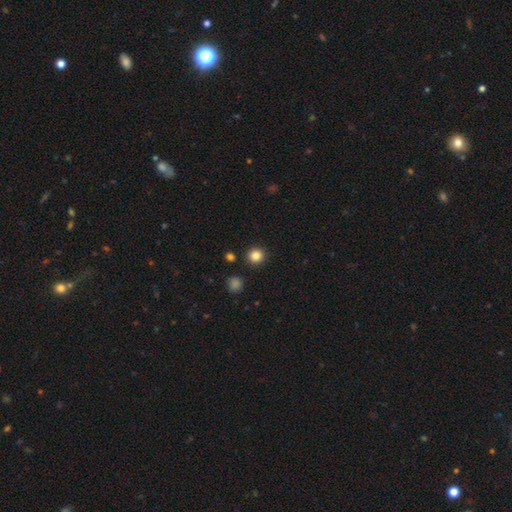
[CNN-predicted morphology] Smooth or featured?
  - smooth: 85% *
  - star or artifact: 11%
  - featured or disk: 4%
How rounded?
  - round: 93% *
  - in between: 6%
  - cigar-shaped: 1%
Merging?
  - none: 91% *
  - minor disturbance: 5%
  - merger: 2%
  - major disturbance: 2%